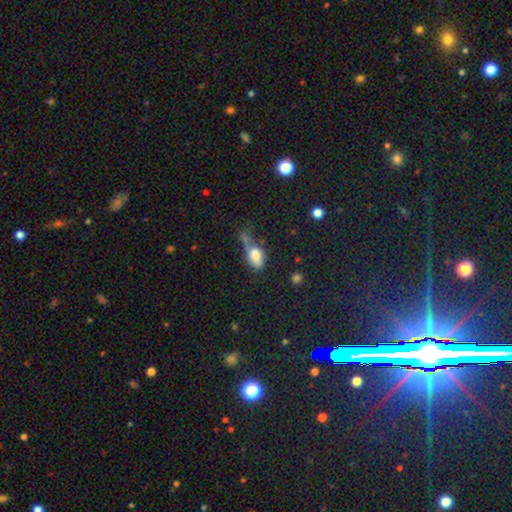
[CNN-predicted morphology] smooth_or_featured: smooth (p=0.74) [alt: featured or disk p=0.15]
how_rounded: in between (p=0.81) [alt: round p=0.14]
merging: major disturbance (p=0.26) [alt: merger p=0.25]